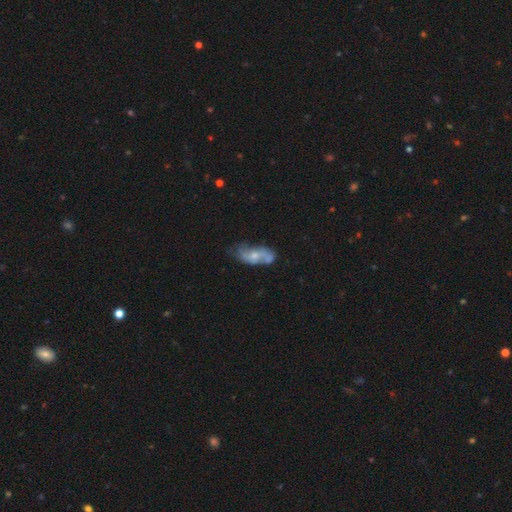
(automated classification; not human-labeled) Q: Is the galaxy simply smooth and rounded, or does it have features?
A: featured or disk — 60%.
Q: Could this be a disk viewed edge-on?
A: no — 90%.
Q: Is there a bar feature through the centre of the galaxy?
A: no — 68%.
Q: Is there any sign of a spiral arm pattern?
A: yes — 74%.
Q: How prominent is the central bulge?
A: small — 46%.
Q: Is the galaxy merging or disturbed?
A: none — 52%.